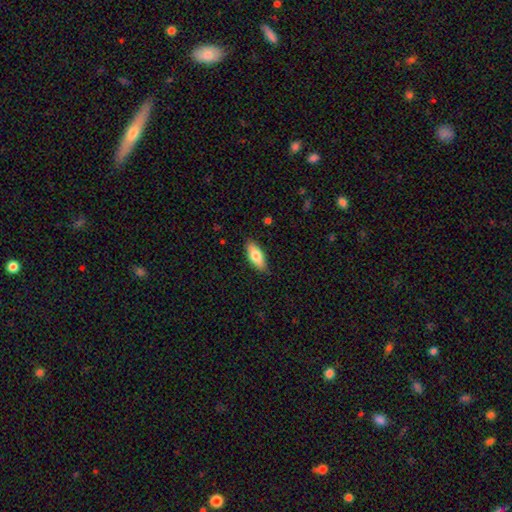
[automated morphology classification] Q: Smooth or featured?
A: smooth (78%); runner-up: featured or disk (15%)
Q: How rounded?
A: in between (82%); runner-up: cigar-shaped (15%)
Q: Merging?
A: none (87%); runner-up: minor disturbance (10%)